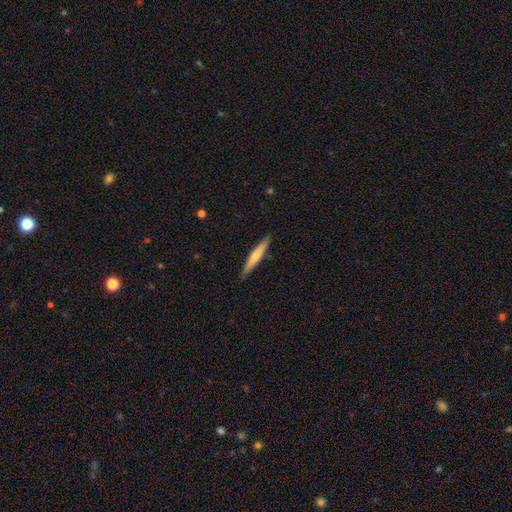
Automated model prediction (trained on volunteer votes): A smooth galaxy with no disk features (61%) that is cigar-shaped (94%).

Vote fractions:
- Smooth or featured? smooth: 61% / featured or disk: 34% / star or artifact: 5%
- How rounded? cigar-shaped: 94% / in between: 5% / round: 1%
- Merging? none: 89% / minor disturbance: 8% / major disturbance: 1% / merger: 1%